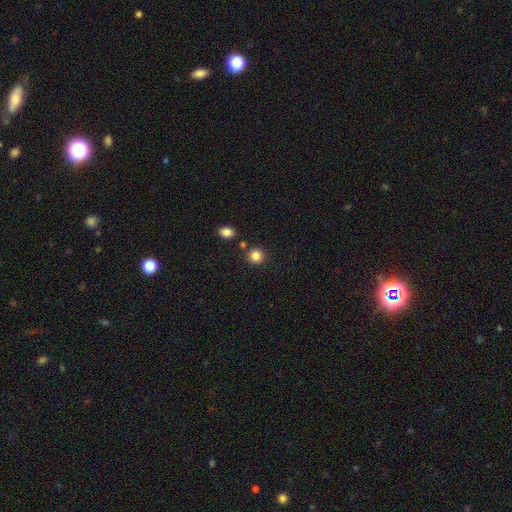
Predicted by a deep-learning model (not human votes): Morphology: type=smooth (85%); roundness=round (90%); merging=none (83%).